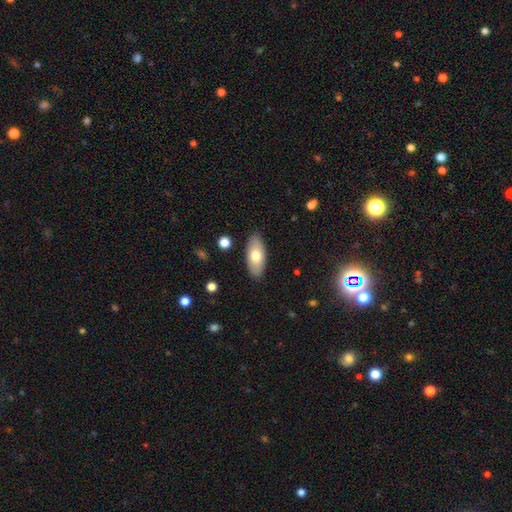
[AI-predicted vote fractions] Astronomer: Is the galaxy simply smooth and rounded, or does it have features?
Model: smooth — 69%.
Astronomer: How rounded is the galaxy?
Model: in between — 87%.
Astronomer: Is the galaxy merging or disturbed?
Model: none — 88%.